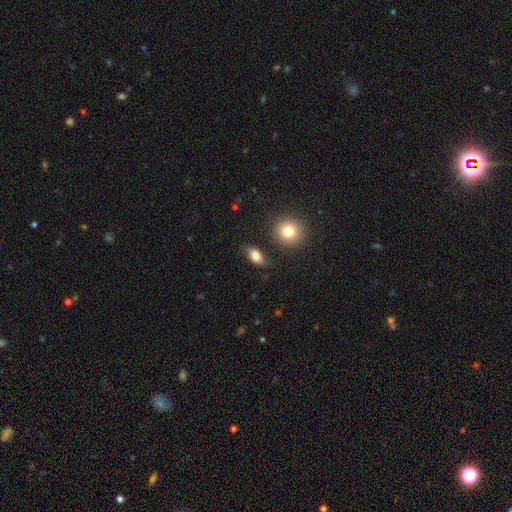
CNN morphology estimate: This is clearly a smooth galaxy (83%). How rounded: clearly in between (85%). Merging: clearly none (82%).